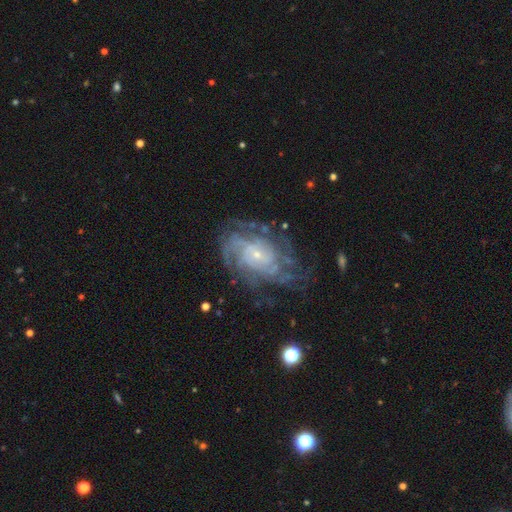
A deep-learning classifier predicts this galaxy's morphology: This appears to be a featured or disk galaxy (82%) with no bar (70%), tight (64%) spiral arms (94%) and a small central bulge (77%). Merging: none (72%).